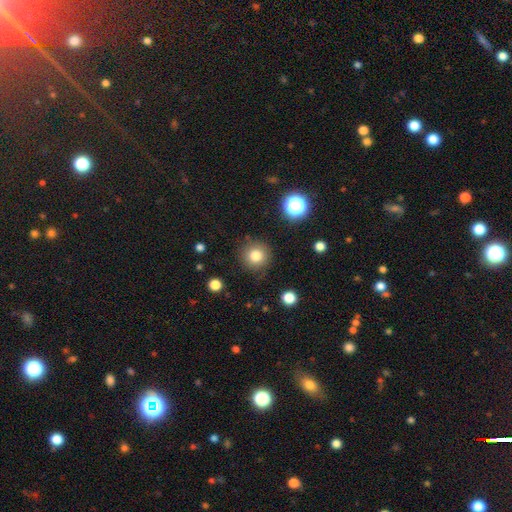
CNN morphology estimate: Smooth or featured? smooth (80%)
How rounded? round (94%)
Merging? none (88%)